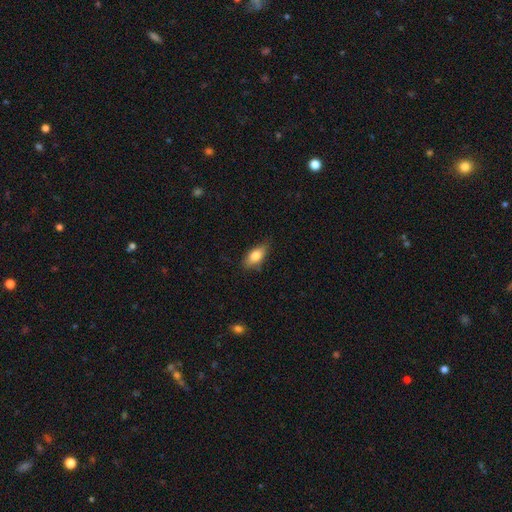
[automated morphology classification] Overall: smooth (79%). How rounded: in between (86%). Merging: none (78%).